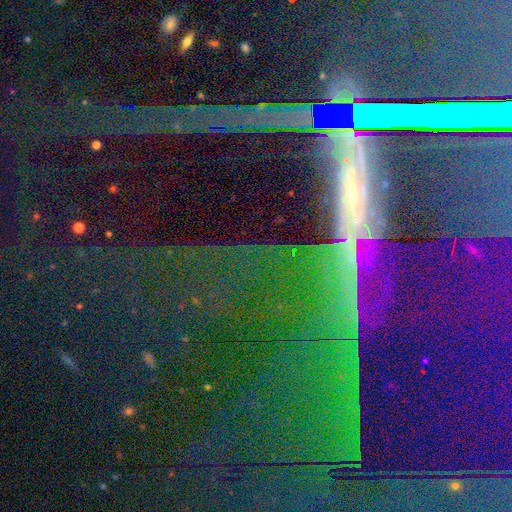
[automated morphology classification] Smooth or featured: star or artifact — 74% (featured or disk — 17%)